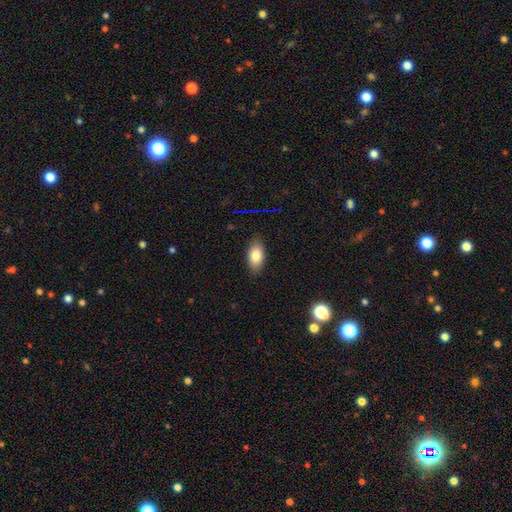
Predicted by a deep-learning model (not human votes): Smooth or featured? Predicted: smooth (p=0.82). How rounded? Predicted: in between (p=0.90). Merging? Predicted: none (p=0.86).